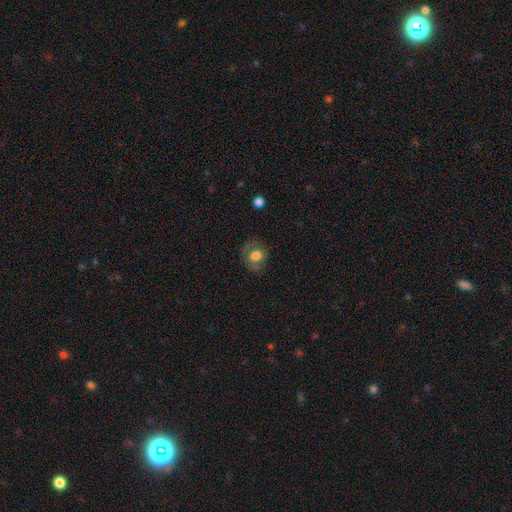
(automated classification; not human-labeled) This appears to be a smooth galaxy with no disk features (61%) that is round (78%). Merging: none (71%).